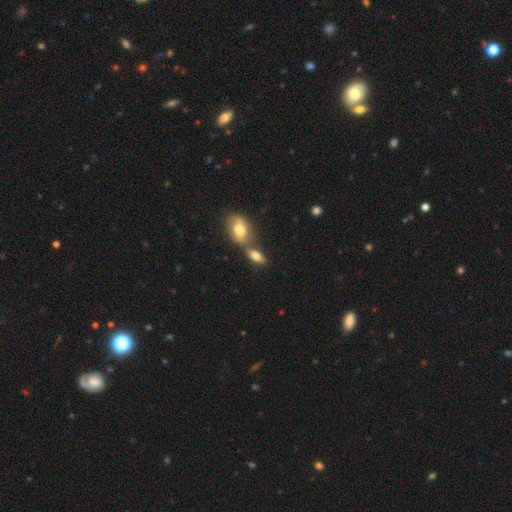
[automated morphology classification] Smooth or featured: smooth — 70% (featured or disk — 22%)
How rounded: in between — 79% (cigar-shaped — 15%)
Merging: none — 49% (merger — 36%)